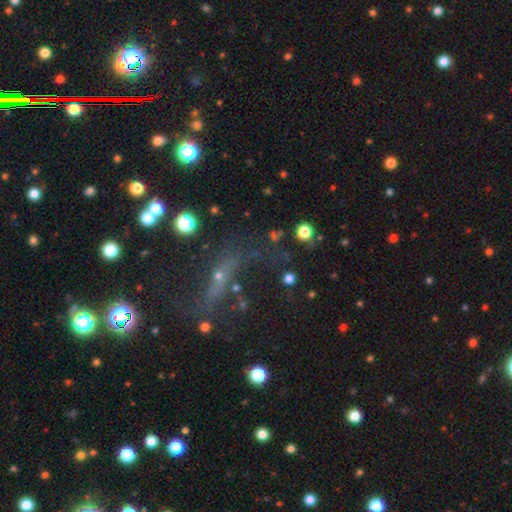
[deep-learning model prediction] This is marginally a star or artifact rather than a galaxy (40%).